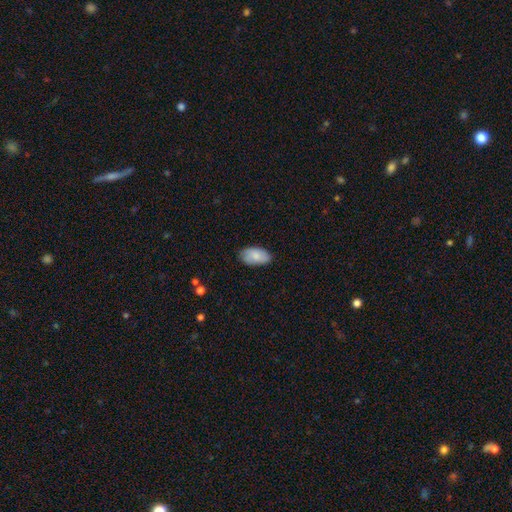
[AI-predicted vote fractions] smooth_or_featured: smooth (p=0.79) [alt: featured or disk p=0.15]
how_rounded: in between (p=0.94) [alt: round p=0.04]
merging: none (p=0.77) [alt: minor disturbance p=0.18]